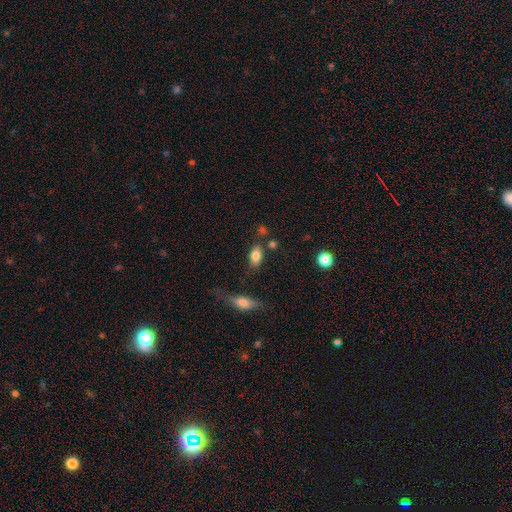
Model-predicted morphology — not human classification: This appears to be a smooth galaxy with no disk features (82%) that is in between round and cigar-shaped (88%). Merging: none (74%).